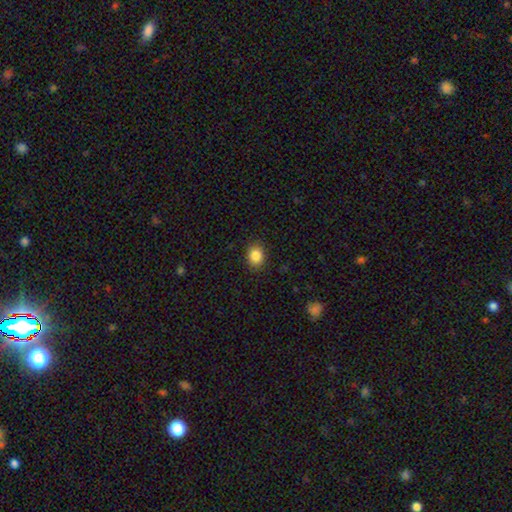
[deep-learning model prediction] smooth 86%, star or artifact 9%, featured or disk 4%. Down the decision tree: how rounded — round (52%); merging — none (89%).